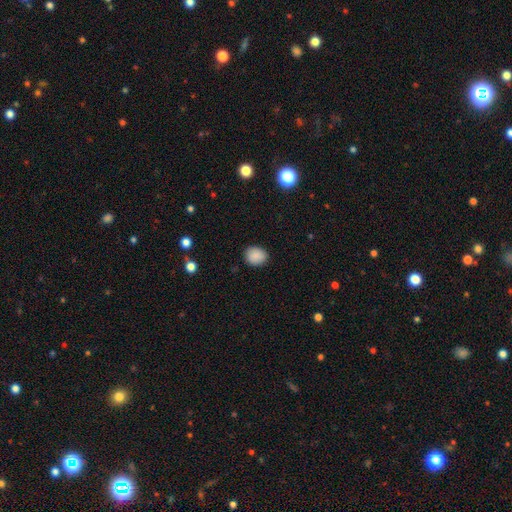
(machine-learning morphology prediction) Smooth or featured?
  - smooth: 88% *
  - star or artifact: 8%
  - featured or disk: 3%
How rounded?
  - round: 66% *
  - in between: 33%
  - cigar-shaped: 1%
Merging?
  - none: 87% *
  - minor disturbance: 10%
  - major disturbance: 2%
  - merger: 1%